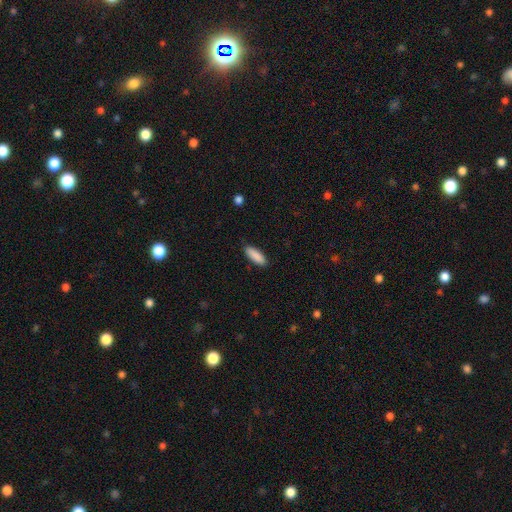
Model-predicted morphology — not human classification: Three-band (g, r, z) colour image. It shows a smooth galaxy with no disk features (90%) that is in between round and cigar-shaped (61%). Merging: none (87%).